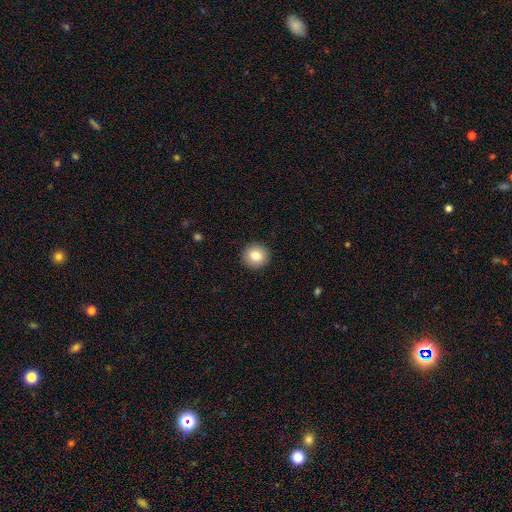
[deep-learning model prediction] A smooth galaxy with no disk features (83%) that is round (94%). Merging: none (92%).